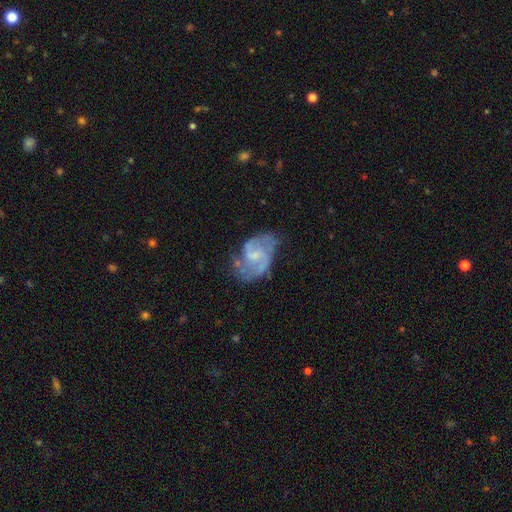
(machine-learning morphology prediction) featured or disk 80%, smooth 14%, star or artifact 6%. Down the decision tree: edge-on disk — no (98%); bar — weak (48%); spiral arms — yes (90%); spiral arm count — 2 (76%); spiral winding — medium (51%); bulge size — small (47%); merging — none (52%).